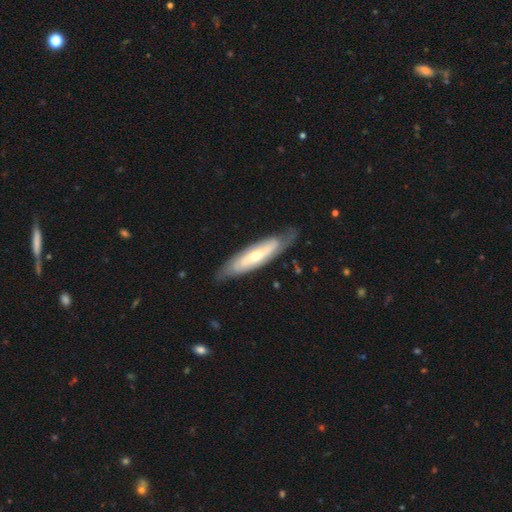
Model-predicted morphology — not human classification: Q: Smooth or featured?
A: featured or disk (69%); runner-up: smooth (27%)
Q: Edge-on disk?
A: no (67%); runner-up: yes (33%)
Q: Merging?
A: none (75%); runner-up: minor disturbance (19%)